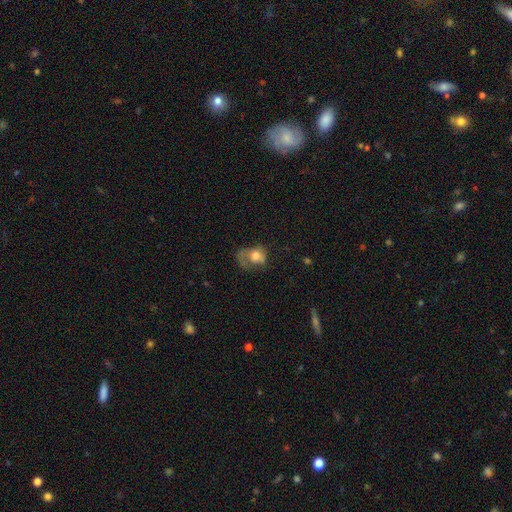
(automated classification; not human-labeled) This appears to be a smooth galaxy with no disk features (64%) that is in between round and cigar-shaped (55%). Merging: major disturbance (51%).